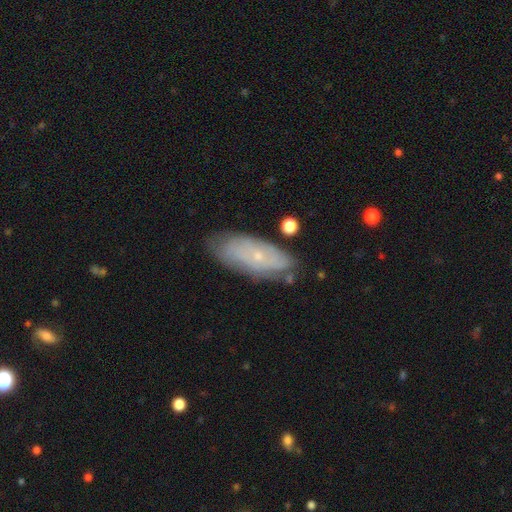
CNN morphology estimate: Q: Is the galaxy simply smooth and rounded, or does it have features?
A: featured or disk — 57%.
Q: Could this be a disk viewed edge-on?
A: no — 86%.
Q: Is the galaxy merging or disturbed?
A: none — 72%.